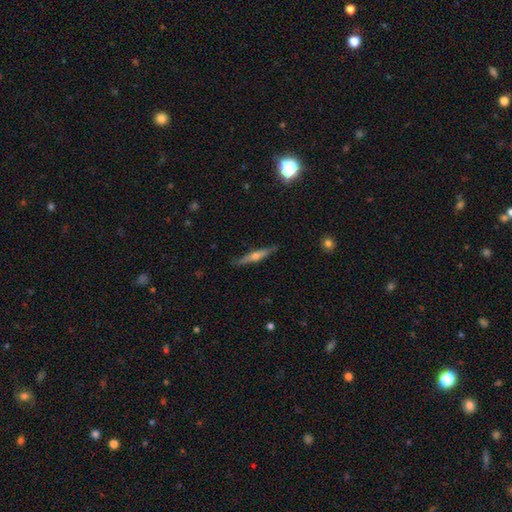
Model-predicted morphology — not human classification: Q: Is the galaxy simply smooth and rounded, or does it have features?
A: featured or disk — 66%.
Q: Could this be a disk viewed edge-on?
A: yes — 97%.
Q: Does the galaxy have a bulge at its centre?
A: rounded — 80%.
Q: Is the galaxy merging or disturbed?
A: none — 88%.